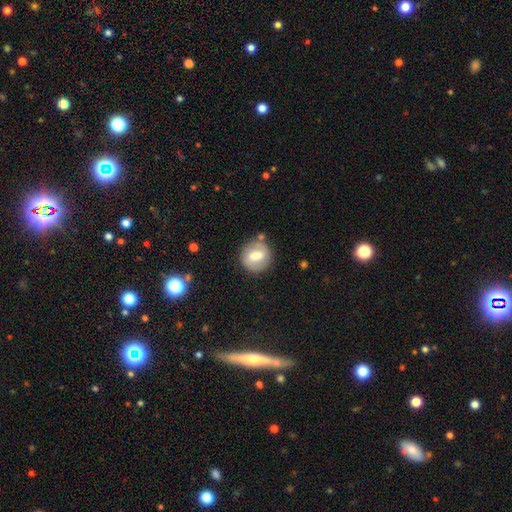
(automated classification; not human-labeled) smooth-or-featured: smooth: 57% | featured or disk: 35% | star or artifact: 8%
  how-rounded: round: 83% | in between: 16% | cigar-shaped: 1%
  merging: none: 78% | minor disturbance: 13% | merger: 5% | major disturbance: 4%